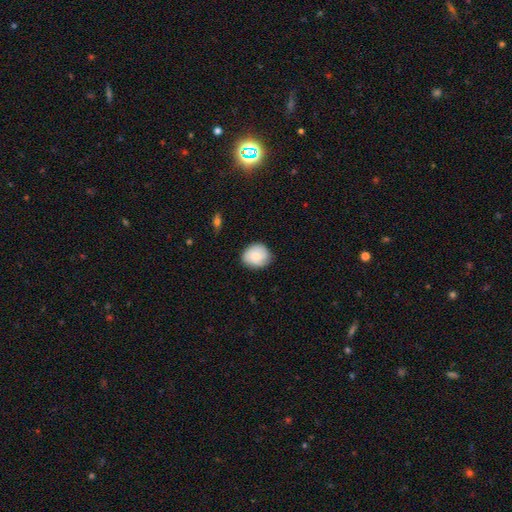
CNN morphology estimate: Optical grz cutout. It shows a smooth galaxy with no disk features (73%) that is round (73%). Merging: none (79%).